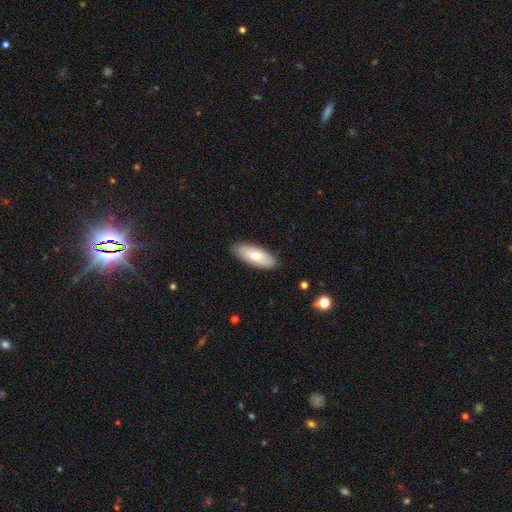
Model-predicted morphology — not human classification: A smooth galaxy with no disk features (73%) that is in between round and cigar-shaped (79%).

Vote fractions:
- Smooth or featured? smooth: 73% / featured or disk: 22% / star or artifact: 6%
- How rounded? in between: 79% / cigar-shaped: 19% / round: 2%
- Merging? none: 88% / minor disturbance: 10% / major disturbance: 2% / merger: 1%